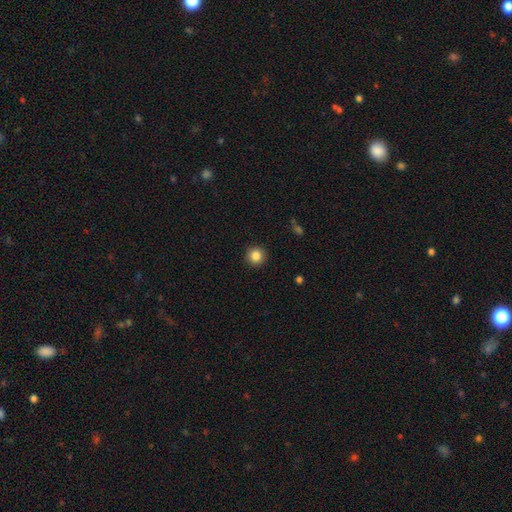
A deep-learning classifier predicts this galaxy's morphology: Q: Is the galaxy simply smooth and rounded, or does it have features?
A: smooth — 85%.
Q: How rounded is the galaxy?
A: round — 95%.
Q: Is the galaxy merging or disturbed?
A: none — 93%.